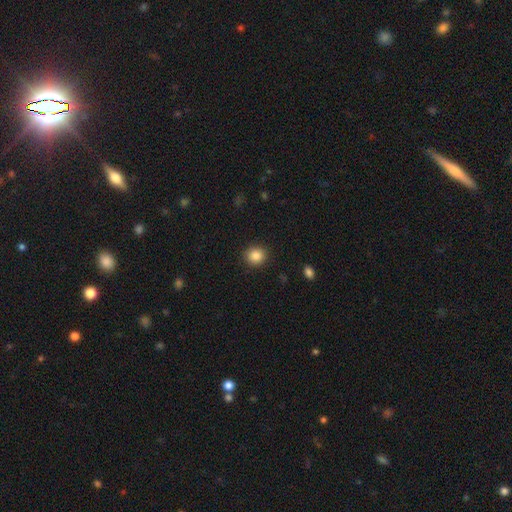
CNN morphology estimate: Smooth or featured?
  - smooth: 86% *
  - star or artifact: 10%
  - featured or disk: 5%
How rounded?
  - round: 83% *
  - in between: 16%
  - cigar-shaped: 1%
Merging?
  - none: 90% *
  - minor disturbance: 7%
  - major disturbance: 2%
  - merger: 1%